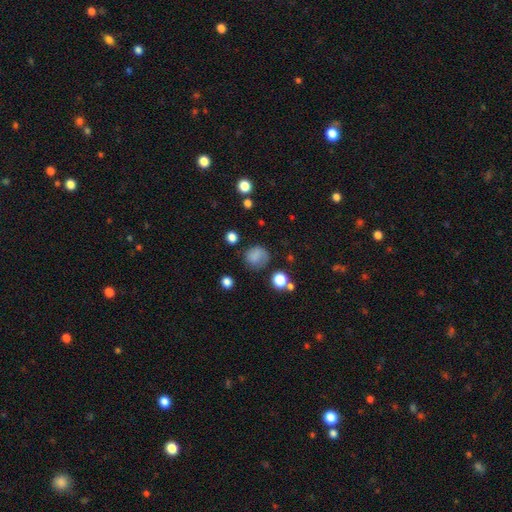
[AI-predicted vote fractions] The model was most divided on "merging": none: 65%, minor disturbance: 22%, major disturbance: 10%, merger: 3%. More confident: how rounded — round (77%); smooth or featured — smooth (77%).